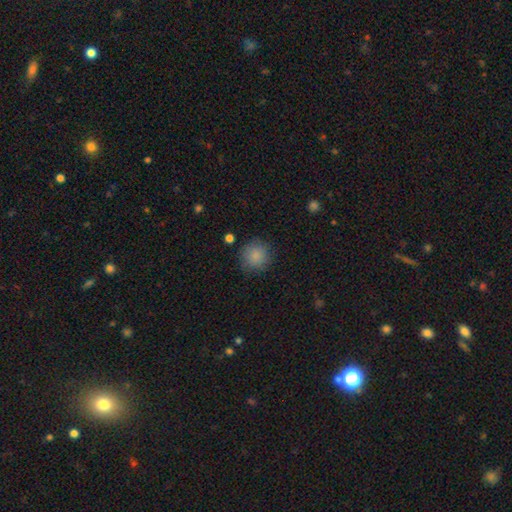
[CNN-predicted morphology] Smooth or featured: smooth — 86% (star or artifact — 9%)
How rounded: round — 93% (in between — 6%)
Merging: none — 84% (minor disturbance — 11%)